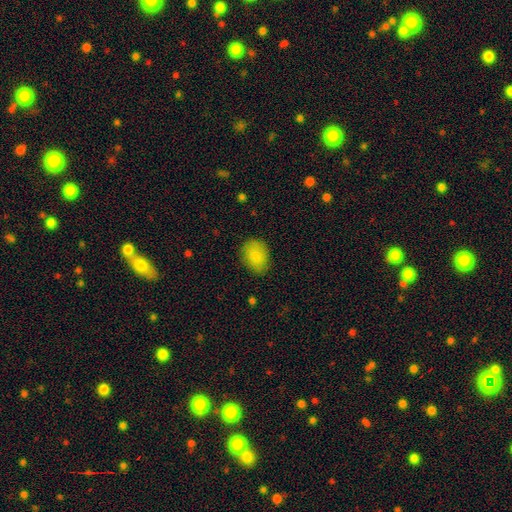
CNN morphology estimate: type=smooth (86%); roundness=in between (69%); merging=none (83%).